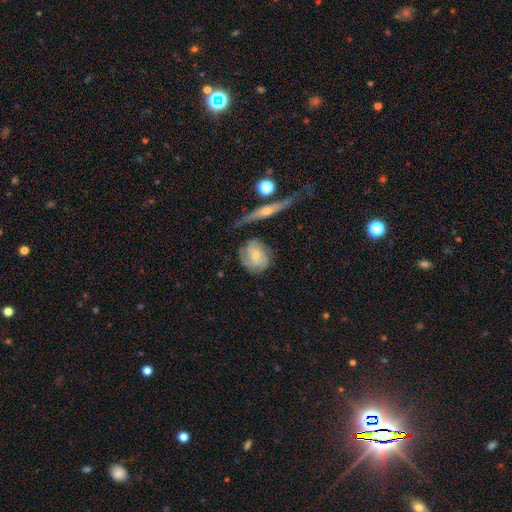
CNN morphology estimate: The model was most divided on "smooth or featured": featured or disk: 54%, smooth: 40%, star or artifact: 6%. More confident: edge-on disk — no (92%); merging — none (60%).